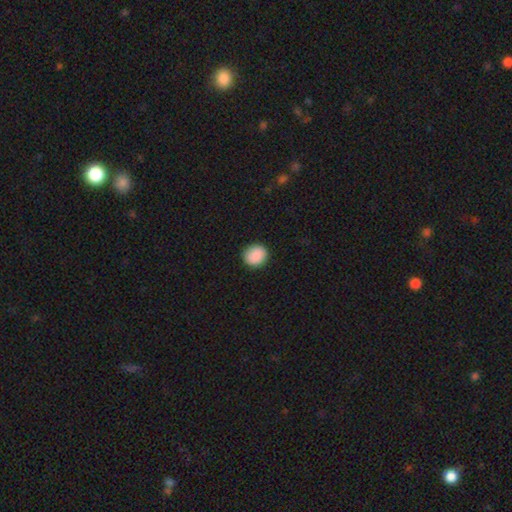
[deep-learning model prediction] smooth 90%, star or artifact 7%, featured or disk 3%. Down the decision tree: how rounded — round (81%); merging — none (90%).